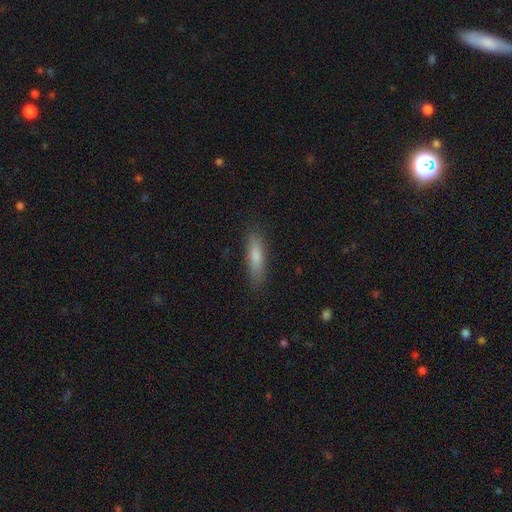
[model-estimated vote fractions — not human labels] Overall: smooth (74%). How rounded: cigar-shaped (77%). Merging: none (86%).